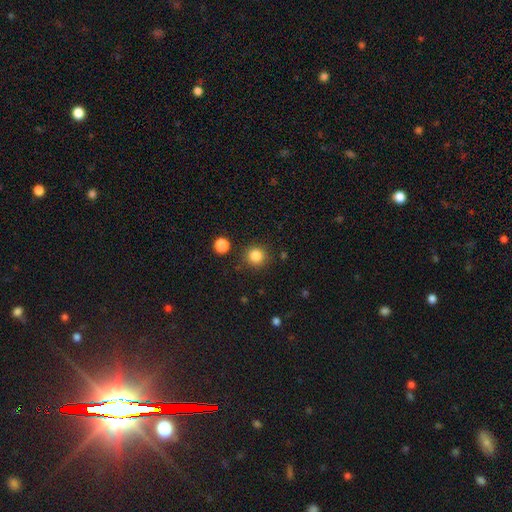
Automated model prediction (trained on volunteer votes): Smooth or featured? Predicted: smooth (p=0.84). How rounded? Predicted: round (p=0.93). Merging? Predicted: none (p=0.87).